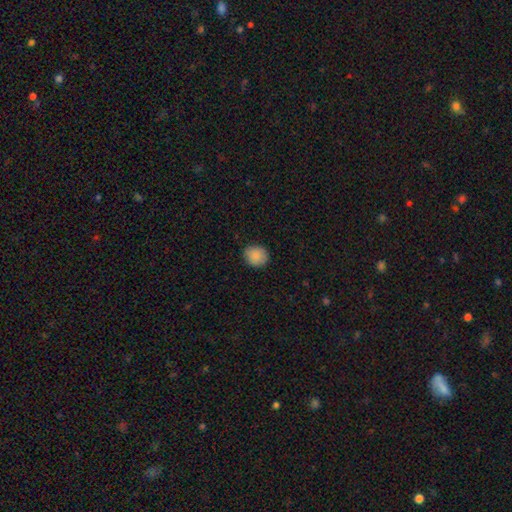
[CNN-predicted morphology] Smooth or featured? Predicted: smooth (p=0.89). How rounded? Predicted: round (p=0.79). Merging? Predicted: none (p=0.87).